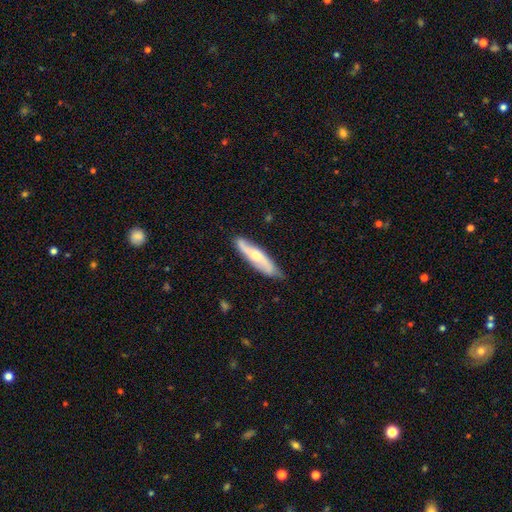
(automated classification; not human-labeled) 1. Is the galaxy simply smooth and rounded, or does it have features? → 60% featured or disk, 35% smooth, 5% star or artifact.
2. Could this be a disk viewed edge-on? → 62% no, 38% yes.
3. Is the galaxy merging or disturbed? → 79% none, 17% minor disturbance, 3% major disturbance, 1% merger.